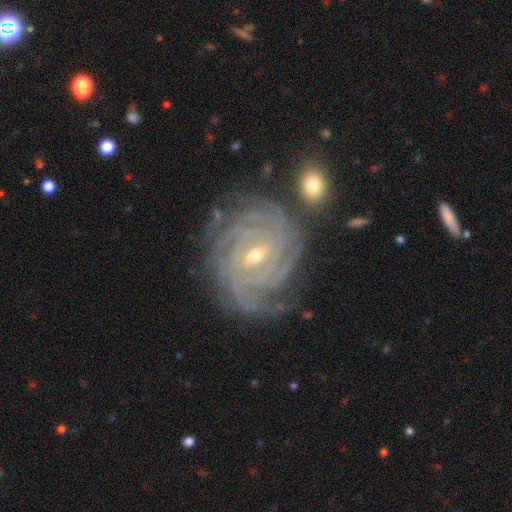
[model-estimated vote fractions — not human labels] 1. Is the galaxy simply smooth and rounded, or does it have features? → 92% featured or disk, 5% star or artifact, 4% smooth.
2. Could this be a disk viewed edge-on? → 97% no, 3% yes.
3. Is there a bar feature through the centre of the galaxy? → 53% weak, 26% strong, 21% no.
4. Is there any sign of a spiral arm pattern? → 98% yes, 2% no.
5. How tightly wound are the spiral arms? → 83% tight, 15% medium, 2% loose.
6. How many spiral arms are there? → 35% 4, 18% more than 4, 18% can't tell, 14% 3, 8% 2, 7% 1.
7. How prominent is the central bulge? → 58% small, 39% moderate, 1% large, 1% none, 1% dominant.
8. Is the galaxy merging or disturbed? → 75% none, 16% minor disturbance, 6% major disturbance, 3% merger.